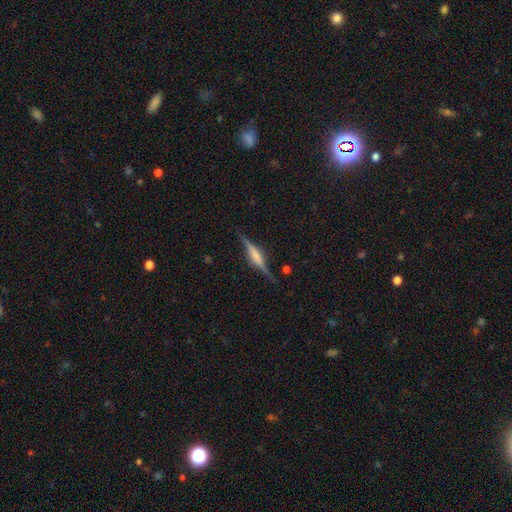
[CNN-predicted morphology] The model was most divided on "edge-on bulge": rounded: 50%, boxy: 37%, none: 13%. More confident: edge-on disk — yes (96%); merging — none (82%); smooth or featured — featured or disk (75%).